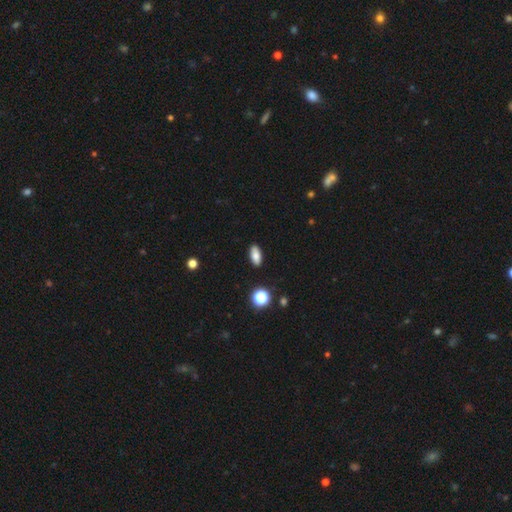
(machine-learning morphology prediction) smooth_or_featured: smooth (p=0.81) [alt: featured or disk p=0.10]
how_rounded: in between (p=0.83) [alt: cigar-shaped p=0.12]
merging: none (p=0.89) [alt: minor disturbance p=0.08]